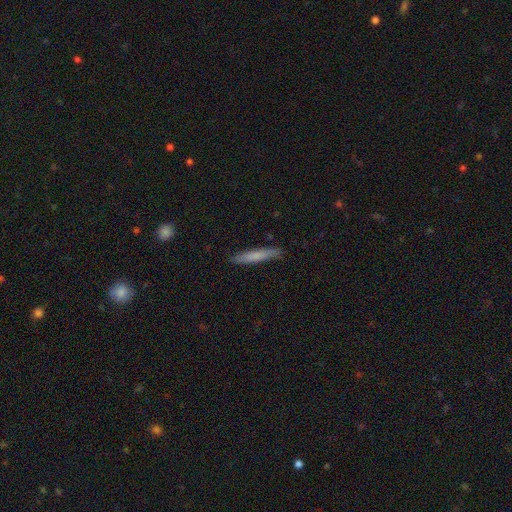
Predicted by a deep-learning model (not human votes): smooth-or-featured: smooth: 73% | featured or disk: 22% | star or artifact: 6%
  how-rounded: cigar-shaped: 94% | in between: 5% | round: 1%
  merging: none: 88% | minor disturbance: 9% | major disturbance: 2% | merger: 1%